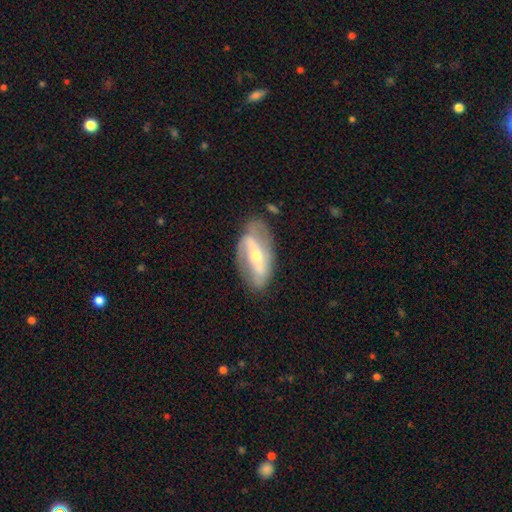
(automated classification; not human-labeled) Morphology: type=featured or disk (75%); edge-on=no (89%); bar=strong (54%); spiral arms=yes (74%); bulge=small (49%); merging=none (69%).